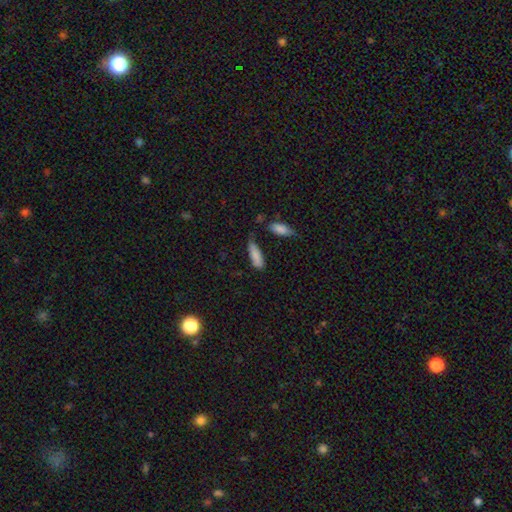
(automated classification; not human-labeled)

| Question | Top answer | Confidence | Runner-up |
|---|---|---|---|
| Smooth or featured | smooth | 85% | featured or disk (9%) |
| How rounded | in between | 55% | cigar-shaped (43%) |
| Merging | none | 57% | minor disturbance (29%) |